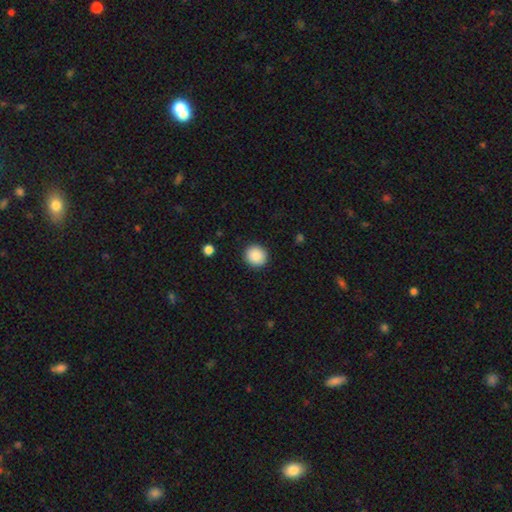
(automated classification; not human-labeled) This is clearly a smooth galaxy (88%). How rounded: clearly round (87%). Merging: clearly none (90%).